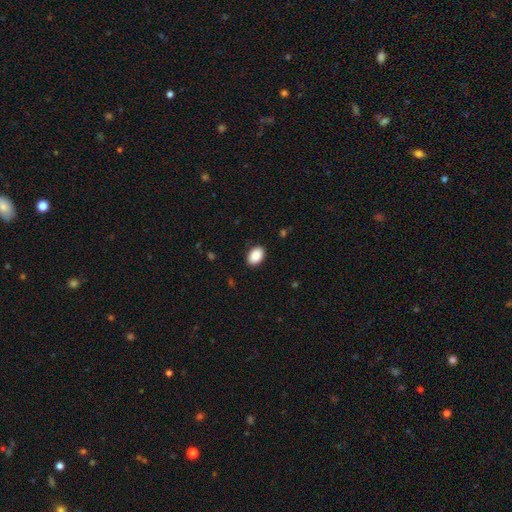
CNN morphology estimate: Smooth or featured?
  - smooth: 89% *
  - star or artifact: 7%
  - featured or disk: 4%
How rounded?
  - in between: 86% *
  - round: 13%
  - cigar-shaped: 1%
Merging?
  - none: 89% *
  - minor disturbance: 8%
  - major disturbance: 2%
  - merger: 1%